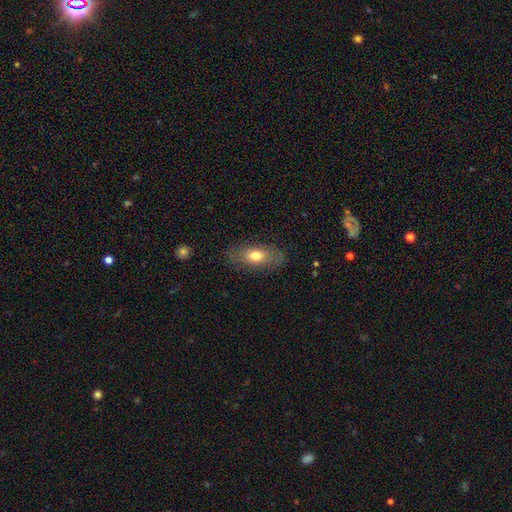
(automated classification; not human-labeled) A smooth galaxy with no disk features (69%) that is in between round and cigar-shaped (85%). Merging: none (80%).